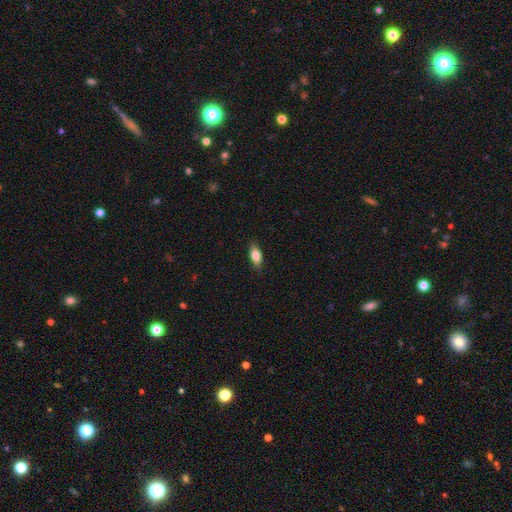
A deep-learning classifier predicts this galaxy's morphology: Smooth or featured?
  - smooth: 76% *
  - featured or disk: 17%
  - star or artifact: 7%
How rounded?
  - in between: 81% *
  - cigar-shaped: 16%
  - round: 4%
Merging?
  - none: 87% *
  - minor disturbance: 10%
  - major disturbance: 2%
  - merger: 1%